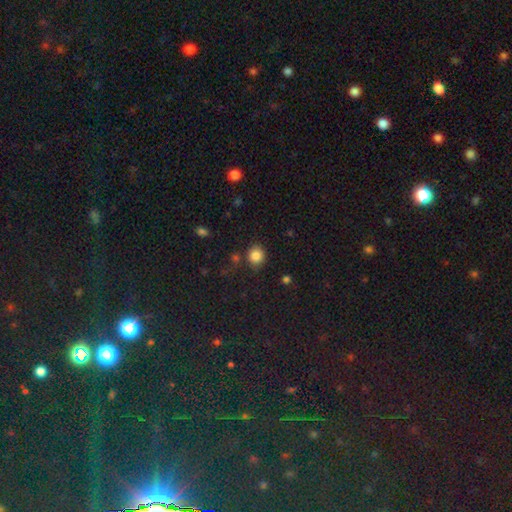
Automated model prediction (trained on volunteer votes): This appears to be a smooth galaxy with no disk features (85%) that is round (85%). Merging: none (81%).